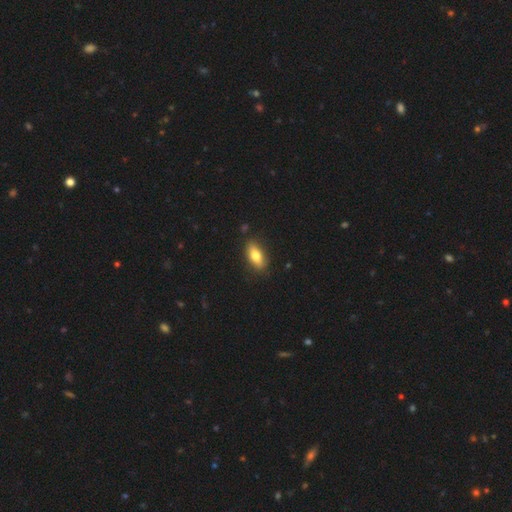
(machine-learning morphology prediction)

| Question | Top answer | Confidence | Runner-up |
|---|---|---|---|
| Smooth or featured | smooth | 77% | featured or disk (17%) |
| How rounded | in between | 81% | cigar-shaped (16%) |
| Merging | none | 84% | minor disturbance (12%) |